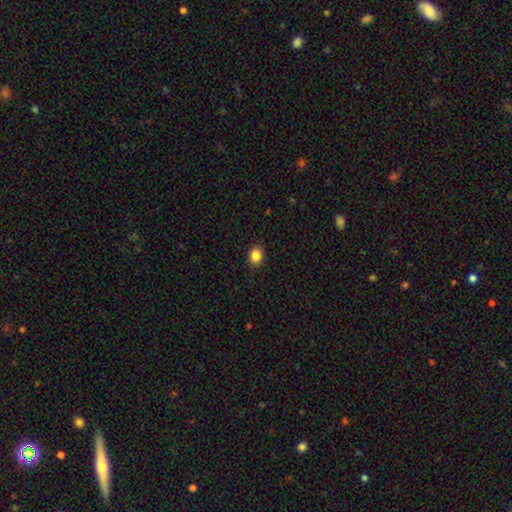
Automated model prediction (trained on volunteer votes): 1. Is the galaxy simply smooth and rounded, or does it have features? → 86% smooth, 10% star or artifact, 4% featured or disk.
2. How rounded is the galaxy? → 54% round, 45% in between, 1% cigar-shaped.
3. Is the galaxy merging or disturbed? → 89% none, 8% minor disturbance, 2% major disturbance, 1% merger.